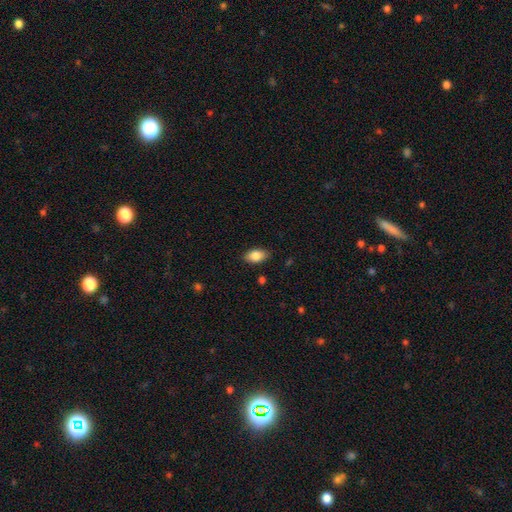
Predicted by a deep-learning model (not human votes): Smooth or featured?
  - smooth: 85% *
  - featured or disk: 8%
  - star or artifact: 7%
How rounded?
  - in between: 92% *
  - round: 6%
  - cigar-shaped: 2%
Merging?
  - none: 85% *
  - minor disturbance: 11%
  - major disturbance: 2%
  - merger: 1%